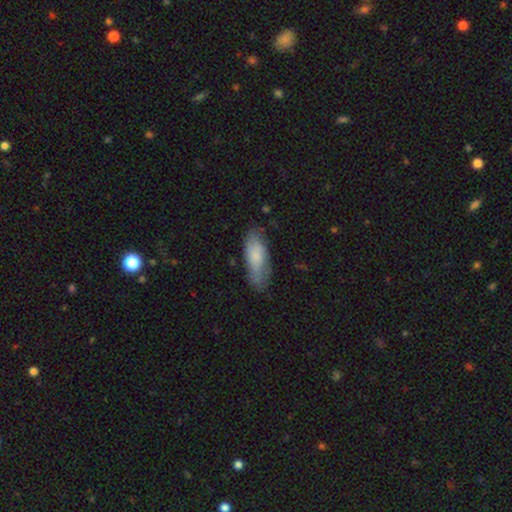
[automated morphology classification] smooth_or_featured: smooth (p=0.75) [alt: featured or disk p=0.19]
how_rounded: in between (p=0.69) [alt: cigar-shaped p=0.29]
merging: none (p=0.65) [alt: minor disturbance p=0.26]